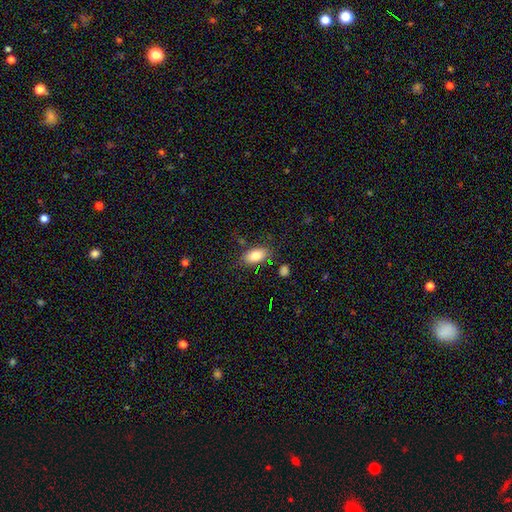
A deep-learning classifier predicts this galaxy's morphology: A smooth galaxy with no disk features (81%) that is in between round and cigar-shaped (91%).

Vote fractions:
- Smooth or featured? smooth: 81% / featured or disk: 12% / star or artifact: 8%
- How rounded? in between: 91% / round: 5% / cigar-shaped: 3%
- Merging? none: 80% / minor disturbance: 13% / major disturbance: 3% / merger: 3%